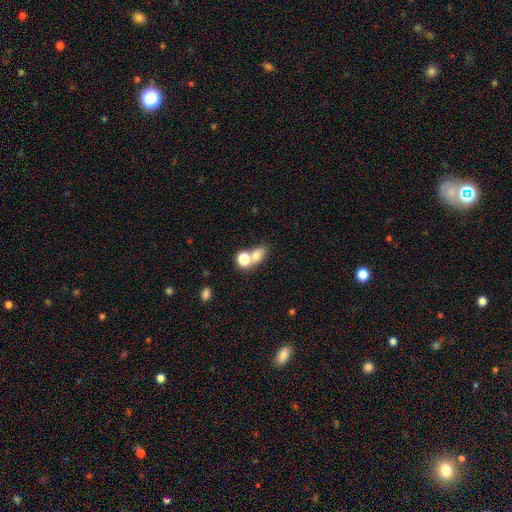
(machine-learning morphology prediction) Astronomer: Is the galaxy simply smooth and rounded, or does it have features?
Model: smooth — 74%.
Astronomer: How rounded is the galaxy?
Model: in between — 64%.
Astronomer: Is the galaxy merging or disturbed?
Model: merger — 46% (runner-up: none, 40%).